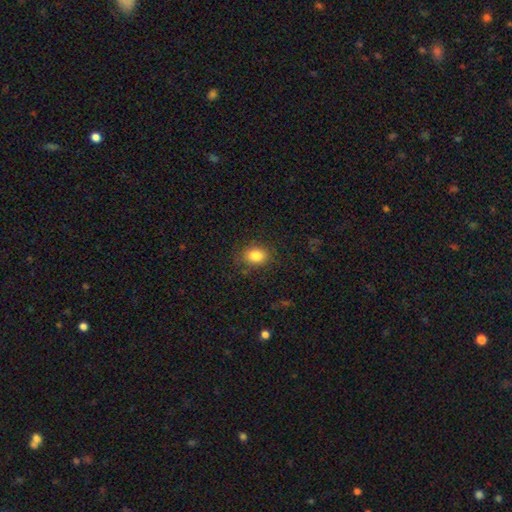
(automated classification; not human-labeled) This is clearly a smooth galaxy (84%). How rounded: possibly in between (58%). Merging: clearly none (81%).